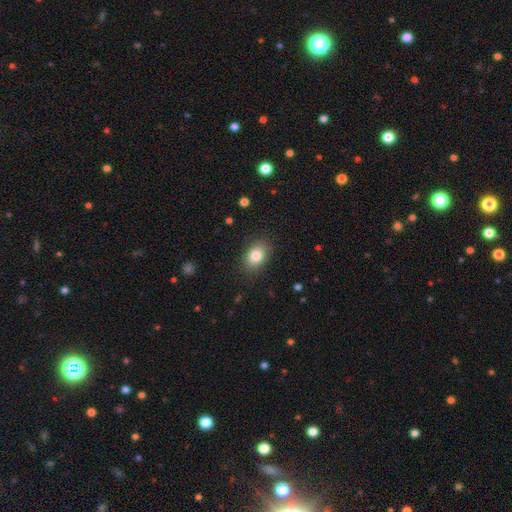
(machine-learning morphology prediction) smooth-or-featured: smooth: 82% | featured or disk: 9% | star or artifact: 8%
  how-rounded: in between: 81% | round: 18% | cigar-shaped: 1%
  merging: none: 86% | minor disturbance: 10% | major disturbance: 3% | merger: 1%